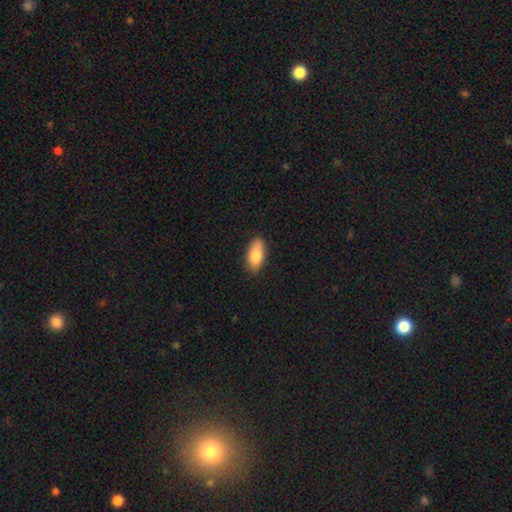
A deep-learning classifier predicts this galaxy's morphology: Overall: smooth (80%). How rounded: in between (89%). Merging: none (85%).